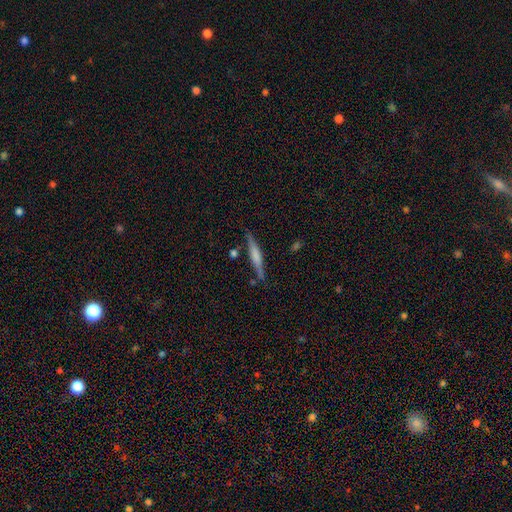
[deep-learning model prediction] smooth_or_featured: smooth (p=0.48) [alt: featured or disk p=0.46]
merging: none (p=0.81) [alt: minor disturbance p=0.13]